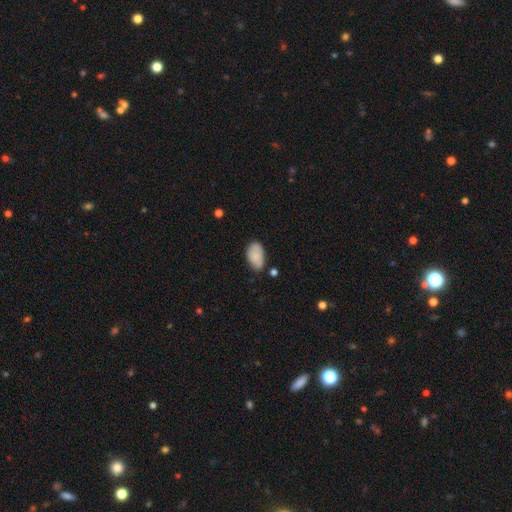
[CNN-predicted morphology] Smooth or featured? smooth (83%)
How rounded? in between (92%)
Merging? none (60%)